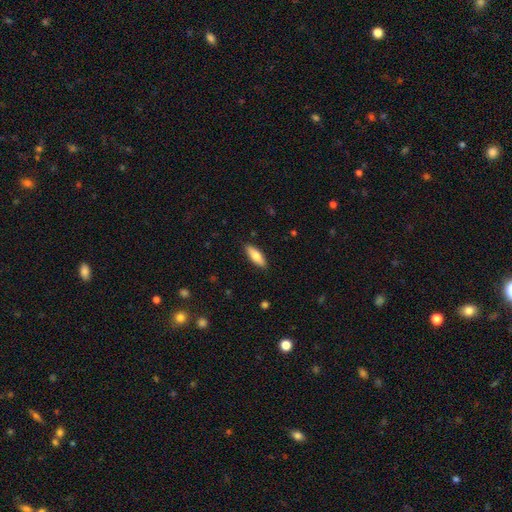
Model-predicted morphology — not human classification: A smooth galaxy with no disk features (74%) that is in between round and cigar-shaped (58%).

Vote fractions:
- Smooth or featured? smooth: 74% / featured or disk: 21% / star or artifact: 6%
- How rounded? in between: 58% / cigar-shaped: 40% / round: 2%
- Merging? none: 88% / minor disturbance: 9% / major disturbance: 2% / merger: 1%